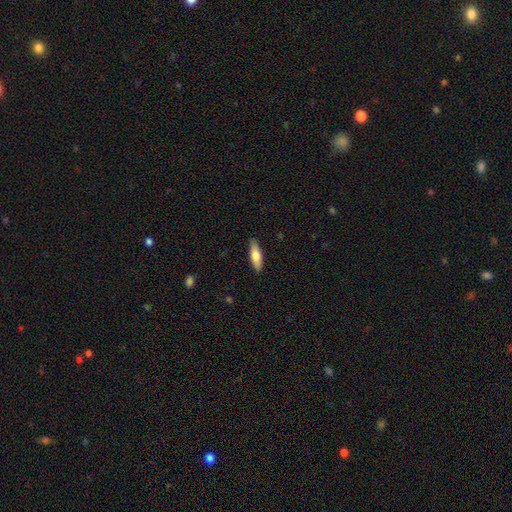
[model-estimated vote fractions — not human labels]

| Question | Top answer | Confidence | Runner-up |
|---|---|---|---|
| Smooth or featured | smooth | 71% | featured or disk (23%) |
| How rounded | cigar-shaped | 51% | in between (47%) |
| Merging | none | 88% | minor disturbance (9%) |